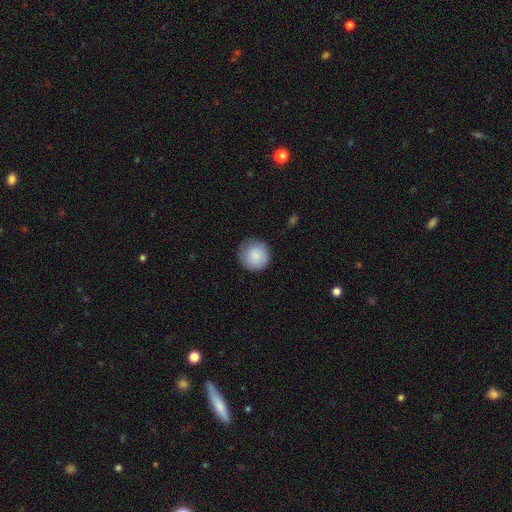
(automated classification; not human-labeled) This is clearly a smooth galaxy (86%). How rounded: clearly round (94%). Merging: clearly none (81%).